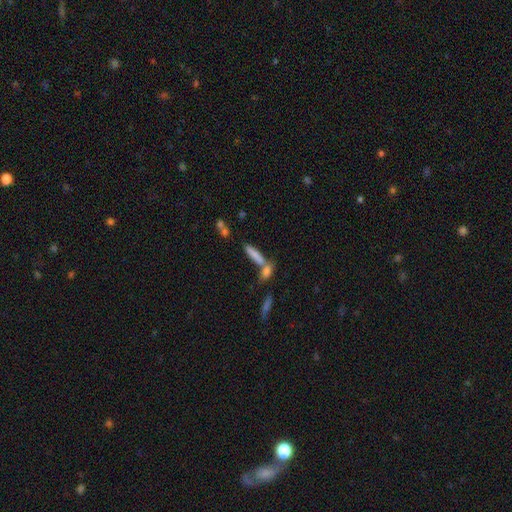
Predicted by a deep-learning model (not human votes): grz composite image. It shows a smooth galaxy with no disk features (72%) that is cigar-shaped (66%). Merging: merger (43%).